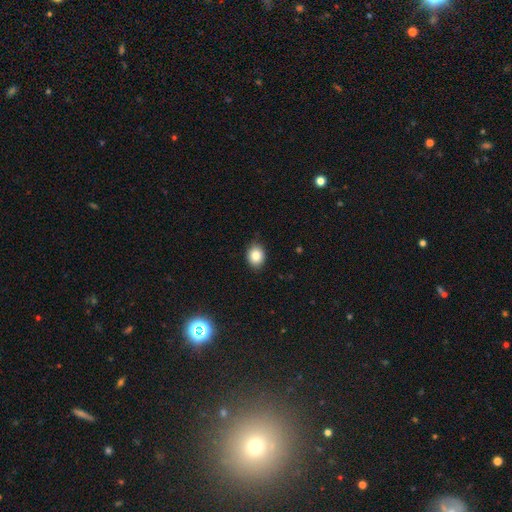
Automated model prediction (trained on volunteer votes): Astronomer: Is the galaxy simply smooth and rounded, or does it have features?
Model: smooth — 83%.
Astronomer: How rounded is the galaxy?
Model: round — 54% (runner-up: in between, 45%).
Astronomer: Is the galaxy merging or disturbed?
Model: none — 83%.